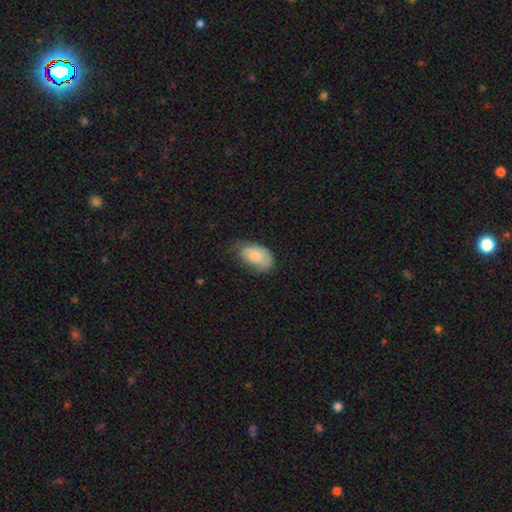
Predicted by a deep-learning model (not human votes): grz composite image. It shows a smooth galaxy with no disk features (79%) that is in between round and cigar-shaped (93%). Merging: none (50%).